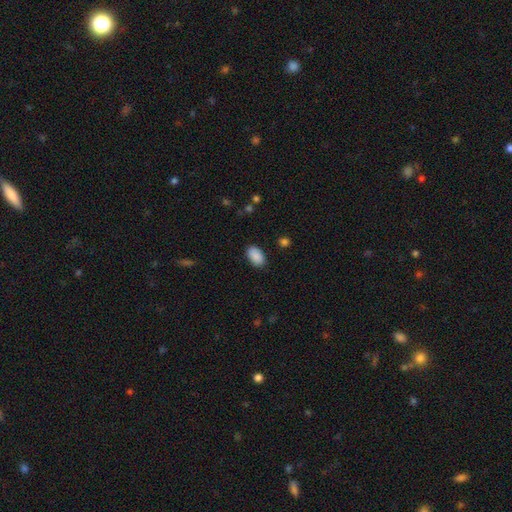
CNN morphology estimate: smooth-or-featured: smooth: 89% | star or artifact: 7% | featured or disk: 3%
  how-rounded: in between: 93% | round: 5% | cigar-shaped: 1%
  merging: none: 86% | minor disturbance: 10% | major disturbance: 3% | merger: 1%